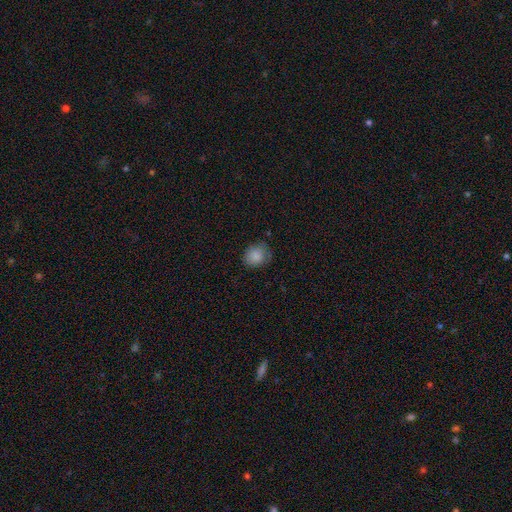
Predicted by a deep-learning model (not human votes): Smooth or featured: smooth — 86% (star or artifact — 8%)
How rounded: round — 63% (in between — 37%)
Merging: none — 70% (minor disturbance — 23%)